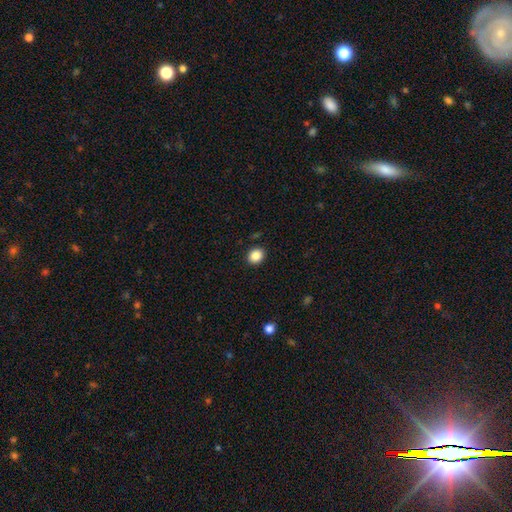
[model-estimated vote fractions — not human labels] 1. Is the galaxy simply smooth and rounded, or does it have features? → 87% smooth, 9% star or artifact, 4% featured or disk.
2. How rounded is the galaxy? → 69% round, 30% in between, 1% cigar-shaped.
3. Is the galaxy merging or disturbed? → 91% none, 6% minor disturbance, 2% major disturbance, 1% merger.